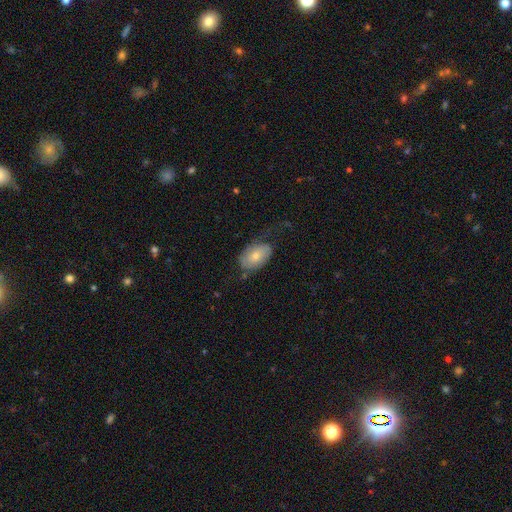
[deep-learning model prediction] Q: Smooth or featured?
A: smooth (66%); runner-up: featured or disk (28%)
Q: How rounded?
A: in between (91%); runner-up: round (8%)
Q: Merging?
A: none (48%); runner-up: minor disturbance (28%)